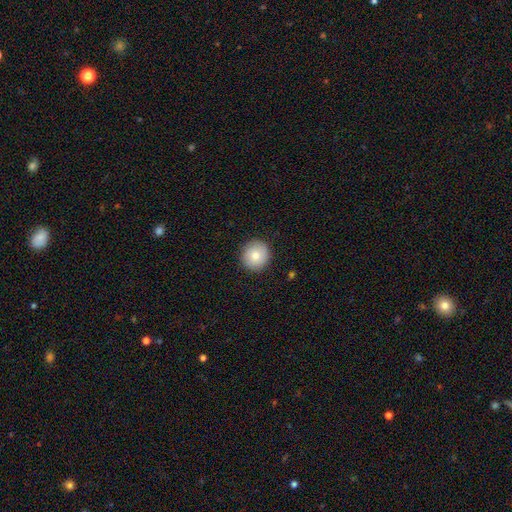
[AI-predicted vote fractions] Q: Smooth or featured?
A: smooth (79%); runner-up: featured or disk (14%)
Q: How rounded?
A: round (93%); runner-up: in between (6%)
Q: Merging?
A: none (89%); runner-up: minor disturbance (8%)